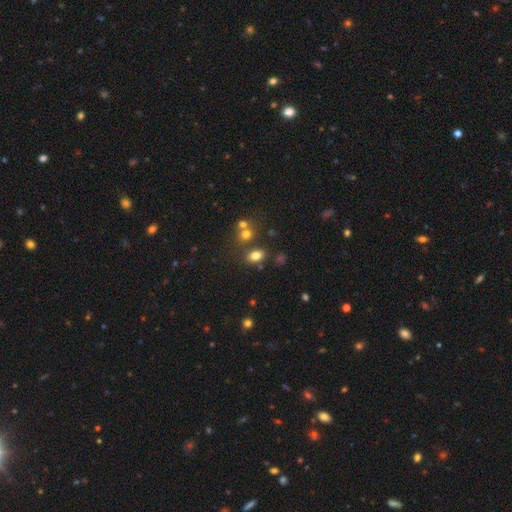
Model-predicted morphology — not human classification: A smooth galaxy with no disk features (78%) that is in between round and cigar-shaped (76%). Merging: none (70%).